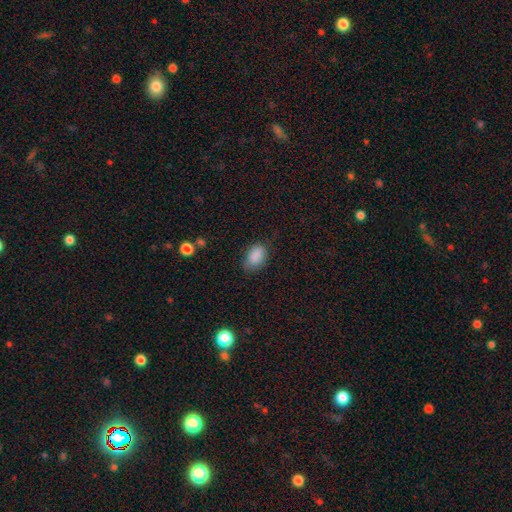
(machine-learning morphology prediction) Smooth or featured? smooth (88%)
How rounded? in between (88%)
Merging? none (71%)